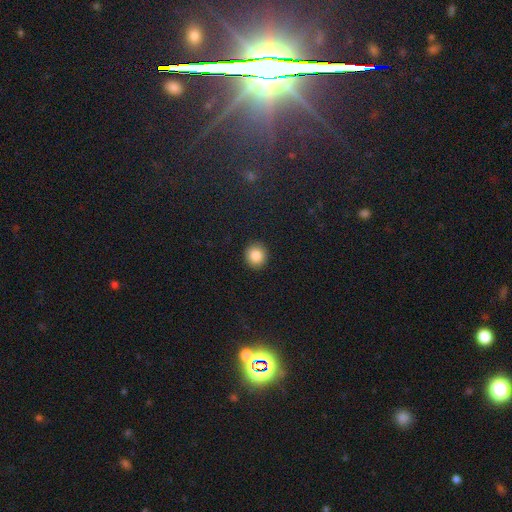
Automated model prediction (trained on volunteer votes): Smooth or featured?
  - smooth: 85% *
  - star or artifact: 9%
  - featured or disk: 6%
How rounded?
  - round: 91% *
  - in between: 8%
  - cigar-shaped: 1%
Merging?
  - none: 92% *
  - minor disturbance: 5%
  - major disturbance: 2%
  - merger: 1%